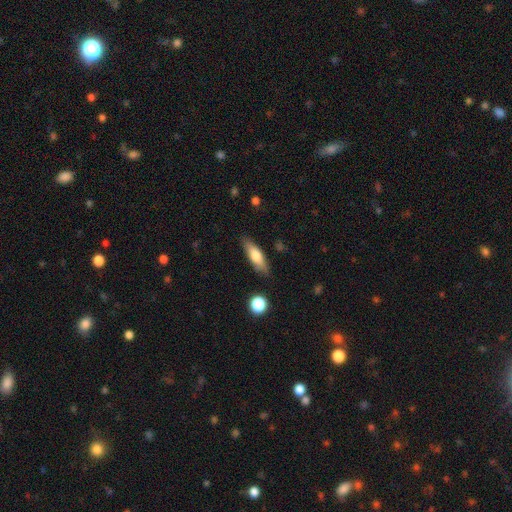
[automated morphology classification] smooth 68%, featured or disk 25%, star or artifact 7%. Down the decision tree: how rounded — cigar-shaped (51%); merging — none (84%).